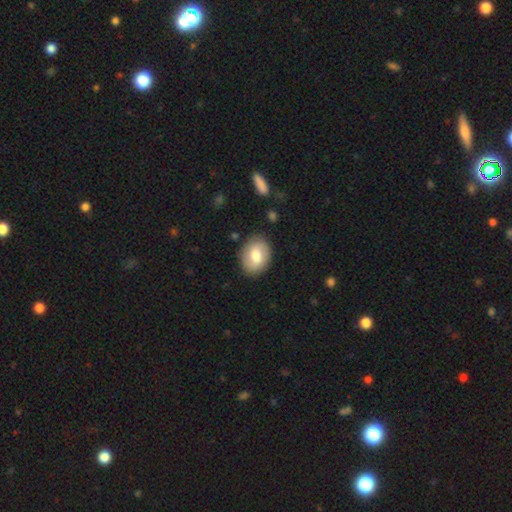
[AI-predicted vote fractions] Smooth or featured: smooth — 68% (featured or disk — 25%)
How rounded: in between — 70% (round — 28%)
Merging: none — 84% (minor disturbance — 12%)